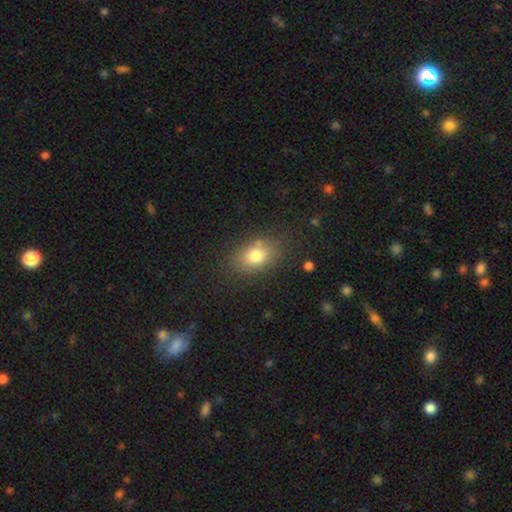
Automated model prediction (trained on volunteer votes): A smooth galaxy with no disk features (79%) that is in between round and cigar-shaped (79%). Merging: none (78%).